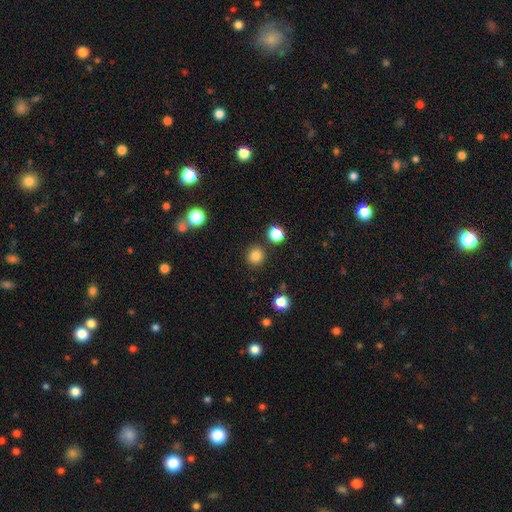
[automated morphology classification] smooth_or_featured: smooth (p=0.83) [alt: star or artifact p=0.12]
how_rounded: round (p=0.93) [alt: in between p=0.06]
merging: none (p=0.88) [alt: minor disturbance p=0.06]